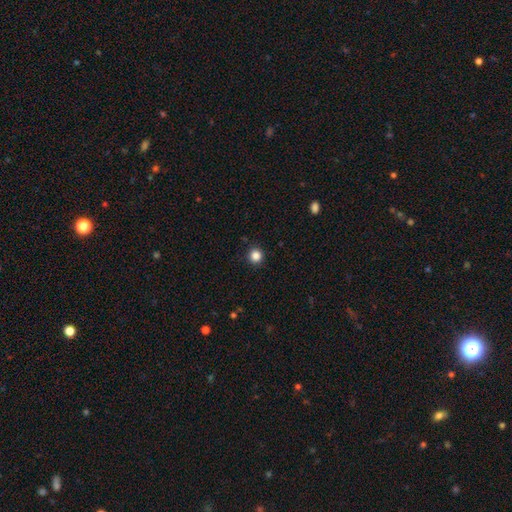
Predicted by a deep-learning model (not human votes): A smooth galaxy with no disk features (85%) that is round (94%).

Vote fractions:
- Smooth or featured? smooth: 85% / star or artifact: 12% / featured or disk: 3%
- How rounded? round: 94% / in between: 5% / cigar-shaped: 1%
- Merging? none: 92% / minor disturbance: 5% / major disturbance: 2% / merger: 1%